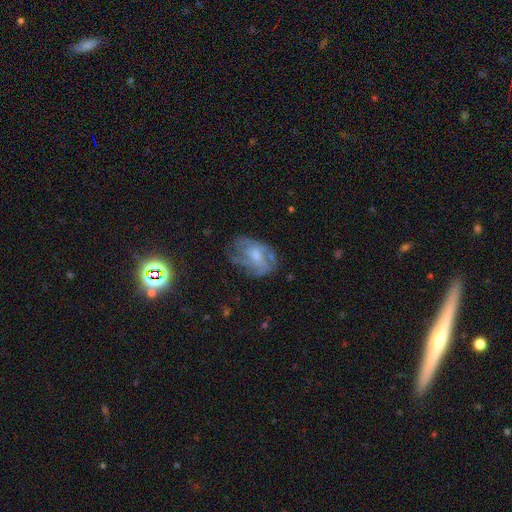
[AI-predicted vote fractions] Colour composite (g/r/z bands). It shows a featured or disk galaxy (59%) with no bar (66%), spiral arms (61%) and a moderate central bulge (44%). Merging: none (49%).